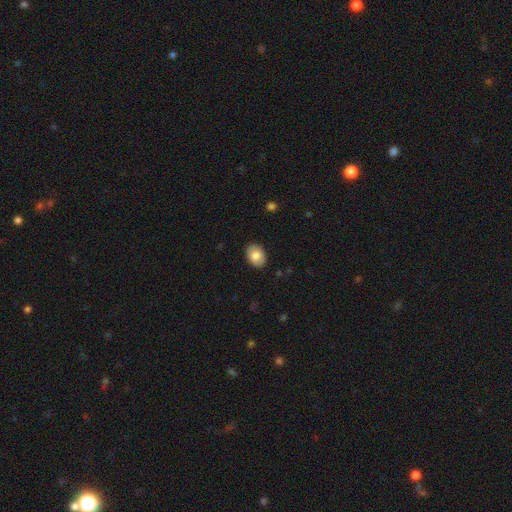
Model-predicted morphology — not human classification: Smooth or featured? Predicted: smooth (p=0.79). How rounded? Predicted: in between (p=0.78). Merging? Predicted: none (p=0.89).